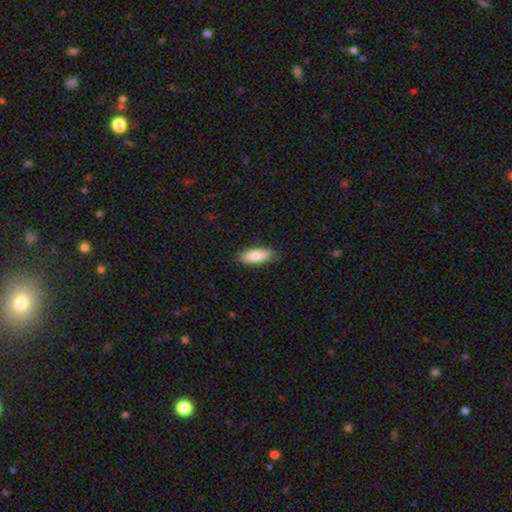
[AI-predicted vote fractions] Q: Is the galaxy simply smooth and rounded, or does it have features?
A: smooth — 83%.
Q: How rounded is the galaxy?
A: in between — 72%.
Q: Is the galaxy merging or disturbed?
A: none — 83%.